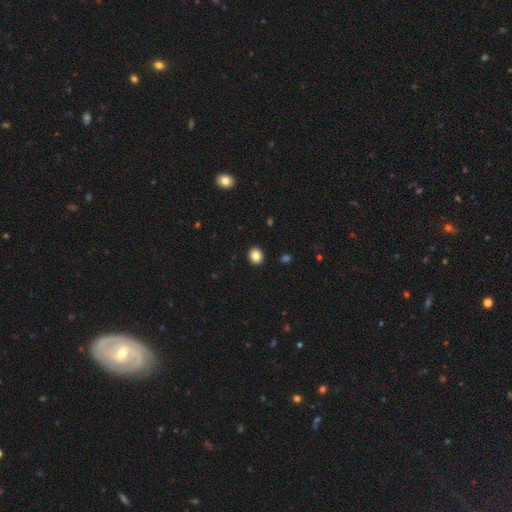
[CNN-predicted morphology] Smooth or featured?
  - smooth: 85% *
  - star or artifact: 10%
  - featured or disk: 5%
How rounded?
  - round: 69% *
  - in between: 30%
  - cigar-shaped: 1%
Merging?
  - none: 92% *
  - minor disturbance: 5%
  - major disturbance: 2%
  - merger: 1%